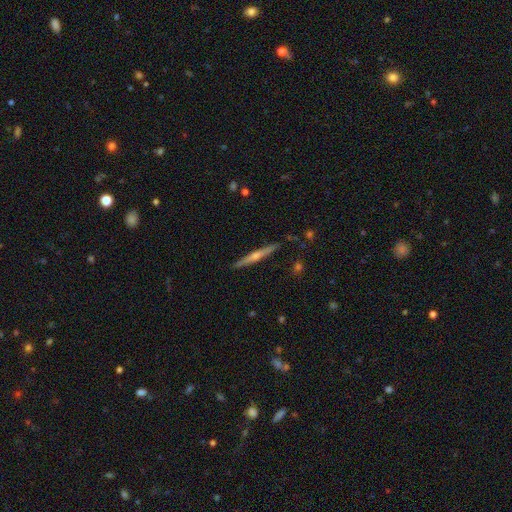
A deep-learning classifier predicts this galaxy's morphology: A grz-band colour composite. It shows a featured or disk galaxy (72%) viewed edge-on (98%) with a rounded central bulge (82%). Merging: none (90%).